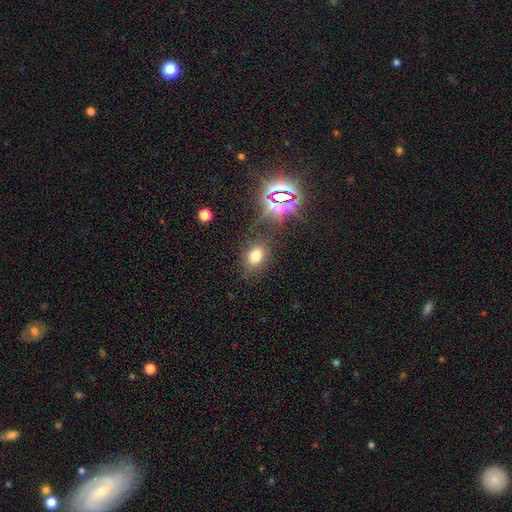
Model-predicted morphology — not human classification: The model was most divided on "how rounded": in between: 66%, round: 32%, cigar-shaped: 2%. More confident: merging — none (78%); smooth or featured — smooth (69%).